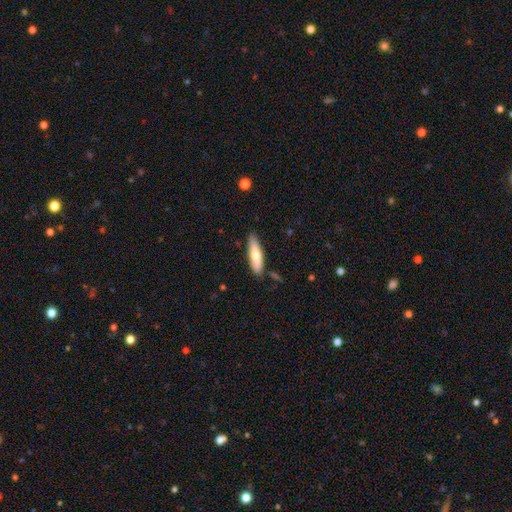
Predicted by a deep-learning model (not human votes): Q: Smooth or featured?
A: smooth (69%); runner-up: featured or disk (26%)
Q: How rounded?
A: cigar-shaped (61%); runner-up: in between (37%)
Q: Merging?
A: none (82%); runner-up: minor disturbance (13%)